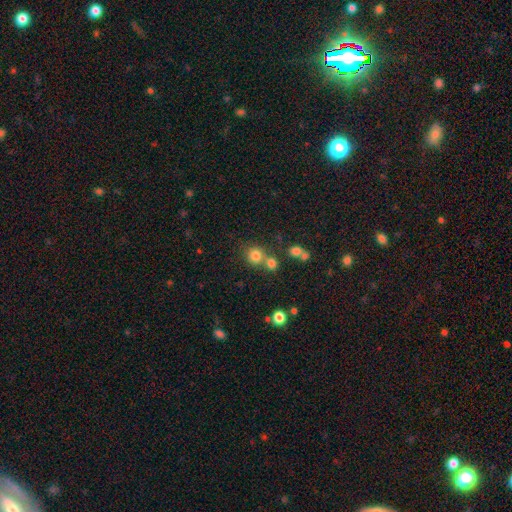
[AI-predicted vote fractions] smooth-or-featured: smooth: 78% | star or artifact: 15% | featured or disk: 8%
  how-rounded: round: 89% | in between: 10% | cigar-shaped: 1%
  merging: none: 61% | merger: 28% | minor disturbance: 8% | major disturbance: 3%